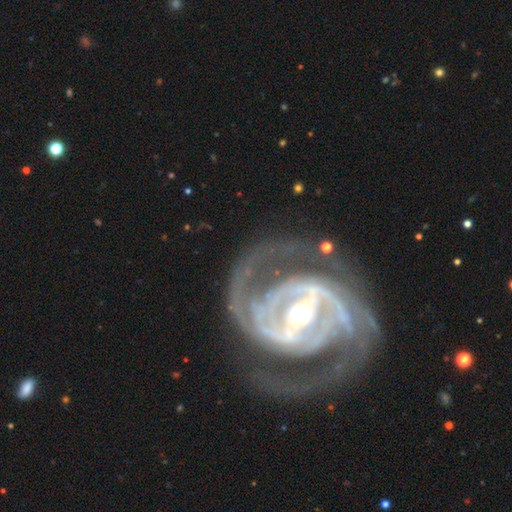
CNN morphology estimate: A featured or disk galaxy (92%) with a strong bar (70%), 2 (72%) tight (51%) spiral arms (97%) and a moderate central bulge (49%). Merging: none (70%).